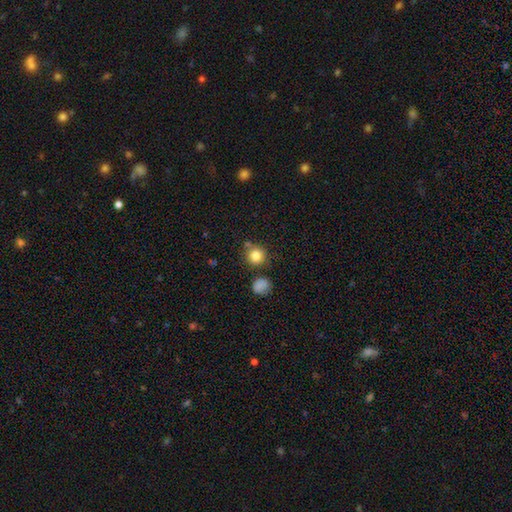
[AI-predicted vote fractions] Smooth or featured: smooth — 82% (star or artifact — 11%)
How rounded: round — 91% (in between — 8%)
Merging: none — 76% (minor disturbance — 11%)